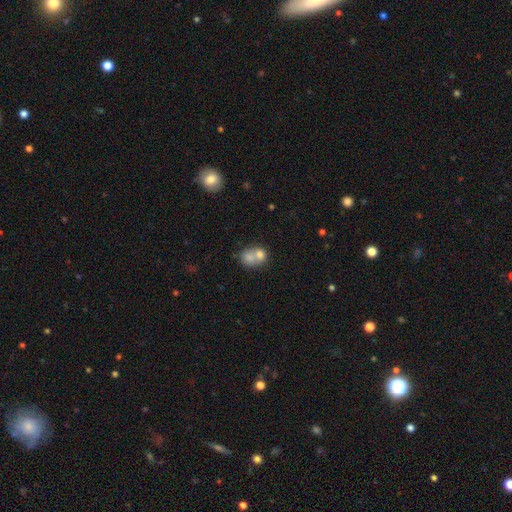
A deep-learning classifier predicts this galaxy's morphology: Smooth or featured: smooth — 73% (featured or disk — 17%)
How rounded: round — 55% (in between — 44%)
Merging: merger — 64% (none — 24%)